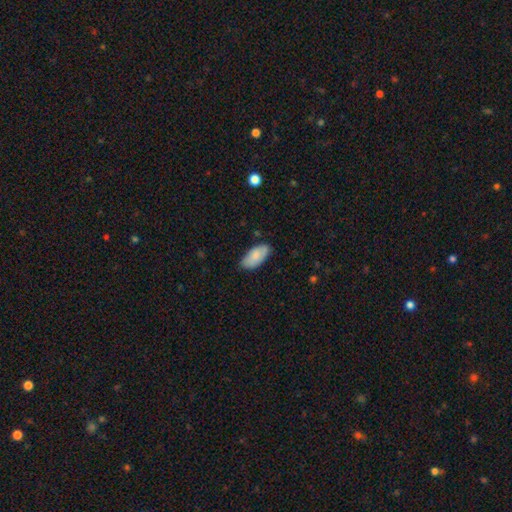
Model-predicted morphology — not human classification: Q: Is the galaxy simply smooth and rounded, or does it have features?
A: smooth — 81%.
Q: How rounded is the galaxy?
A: in between — 94%.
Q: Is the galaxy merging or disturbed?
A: none — 75%.